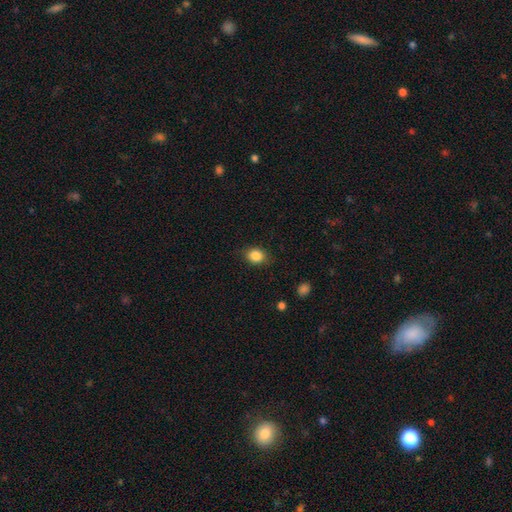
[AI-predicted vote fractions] The model was most divided on "how rounded": round: 52%, in between: 47%, cigar-shaped: 1%. More confident: smooth or featured — smooth (86%); merging — none (83%).